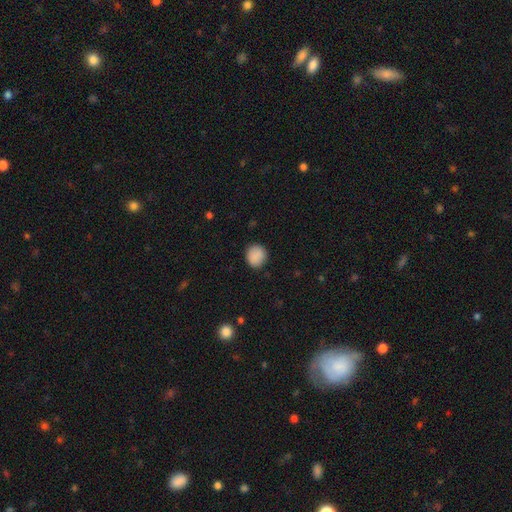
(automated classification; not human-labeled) Smooth or featured: smooth — 89% (star or artifact — 8%)
How rounded: round — 83% (in between — 16%)
Merging: none — 87% (minor disturbance — 9%)